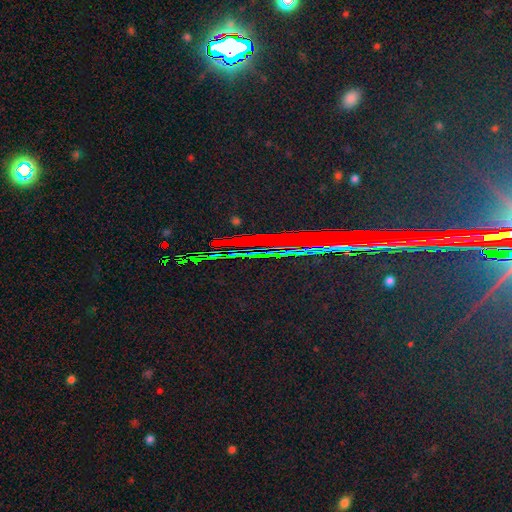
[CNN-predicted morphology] This appears to be a star or artifact, not a galaxy (84%).